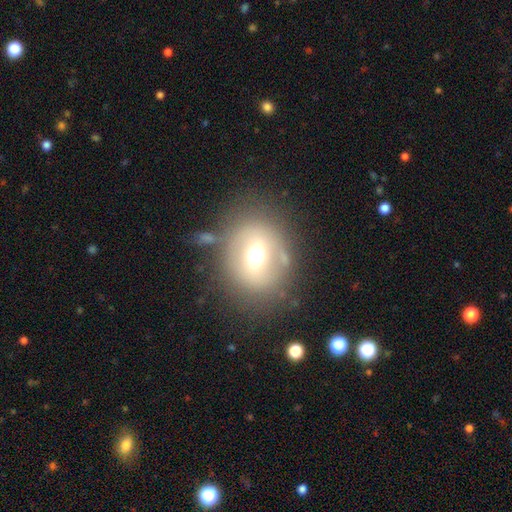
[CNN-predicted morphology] Overall: smooth (50%; featured or disk 38%). Merging: none (71%).